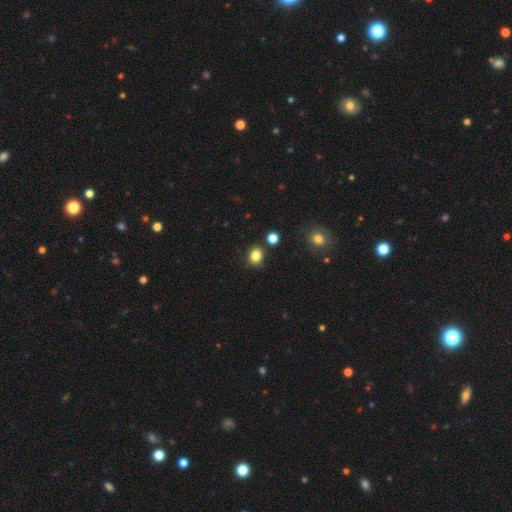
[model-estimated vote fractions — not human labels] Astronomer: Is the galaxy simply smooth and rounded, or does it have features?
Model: smooth — 83%.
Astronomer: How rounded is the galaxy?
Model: round — 62% (runner-up: in between, 37%).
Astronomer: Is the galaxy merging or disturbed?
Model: none — 82%.